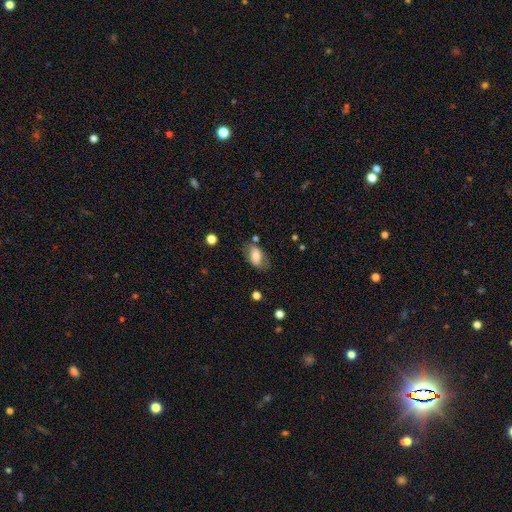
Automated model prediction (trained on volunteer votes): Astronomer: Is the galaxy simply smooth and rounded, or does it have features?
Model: smooth — 70%.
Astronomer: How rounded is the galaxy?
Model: in between — 88%.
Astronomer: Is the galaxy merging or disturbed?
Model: none — 63%.